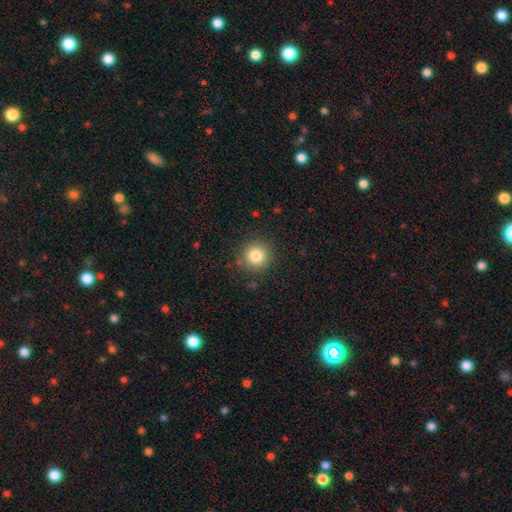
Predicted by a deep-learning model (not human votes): The model was most divided on "smooth or featured": smooth: 82%, star or artifact: 11%, featured or disk: 7%. More confident: how rounded — round (93%); merging — none (88%).